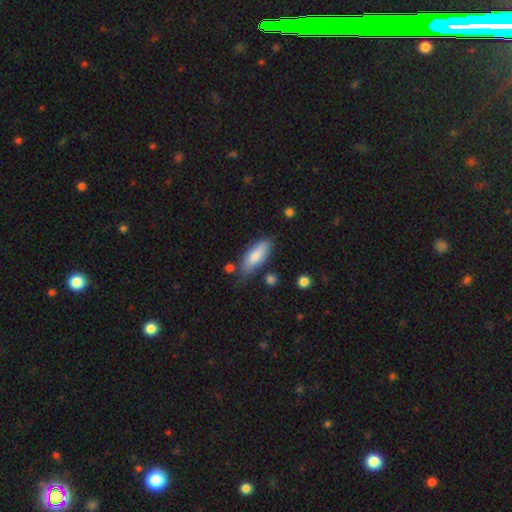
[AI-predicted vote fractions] Morphology: type=smooth (81%); roundness=in between (64%); merging=none (68%).